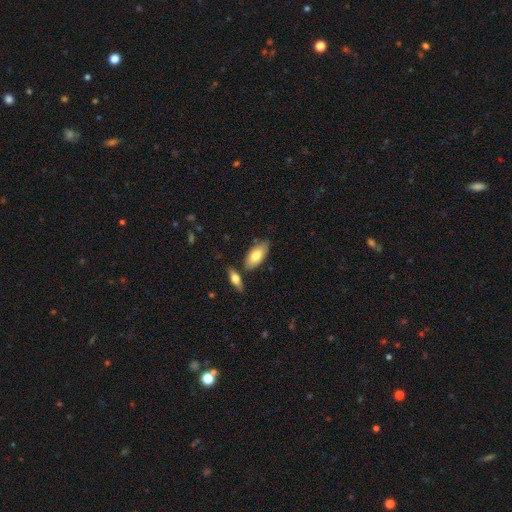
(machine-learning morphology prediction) Smooth or featured? smooth (76%)
How rounded? in between (90%)
Merging? none (73%)